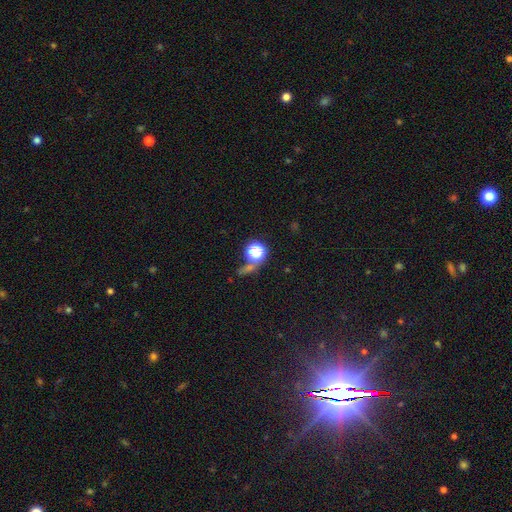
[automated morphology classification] smooth_or_featured: star or artifact (p=0.65) [alt: smooth p=0.21]